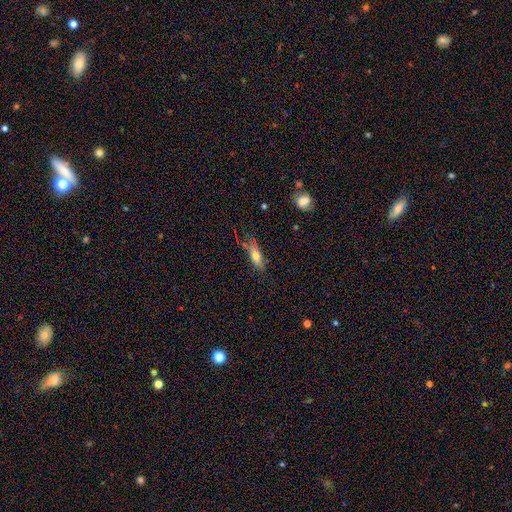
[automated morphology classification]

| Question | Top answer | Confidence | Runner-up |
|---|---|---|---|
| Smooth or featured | smooth | 61% | featured or disk (28%) |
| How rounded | in between | 59% | cigar-shaped (37%) |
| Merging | none | 58% | minor disturbance (25%) |